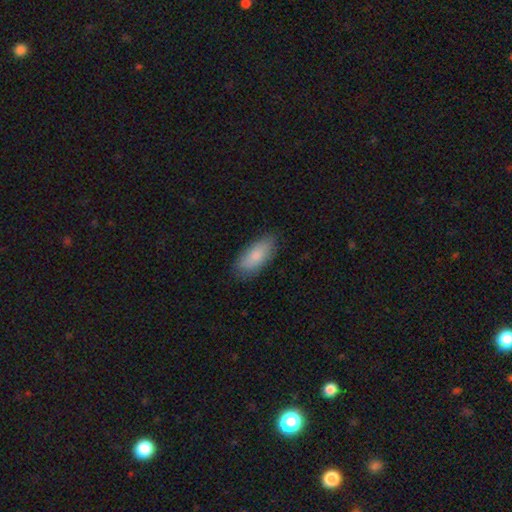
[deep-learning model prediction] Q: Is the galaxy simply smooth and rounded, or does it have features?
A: smooth — 84%.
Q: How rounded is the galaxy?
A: in between — 84%.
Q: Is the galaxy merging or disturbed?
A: none — 81%.